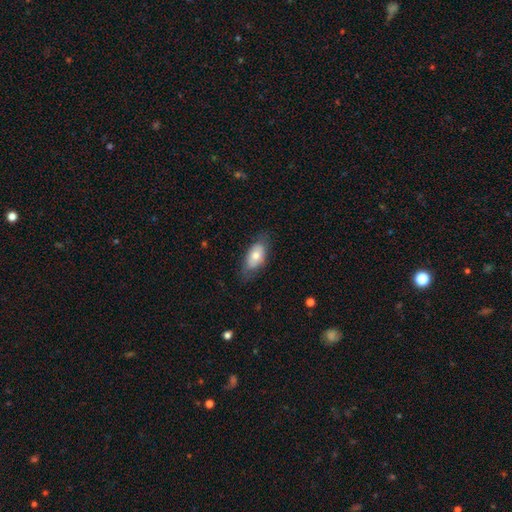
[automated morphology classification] Q: Smooth or featured?
A: smooth (70%); runner-up: featured or disk (24%)
Q: How rounded?
A: in between (90%); runner-up: cigar-shaped (6%)
Q: Merging?
A: none (71%); runner-up: minor disturbance (21%)